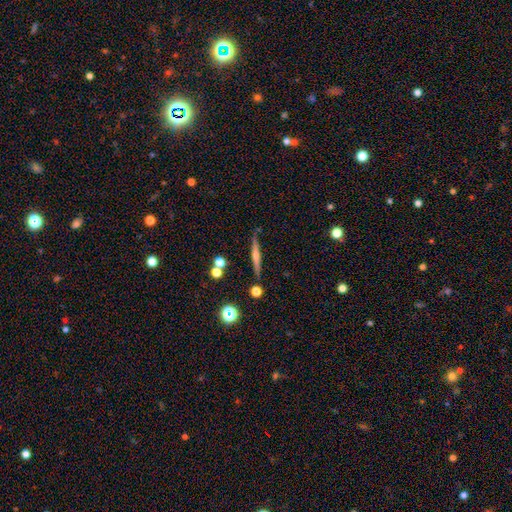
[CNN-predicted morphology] Smooth or featured? Predicted: featured or disk (p=0.65). Edge-on disk? Predicted: yes (p=0.97). Edge-on bulge? Predicted: rounded (p=0.77). Merging? Predicted: none (p=0.86).